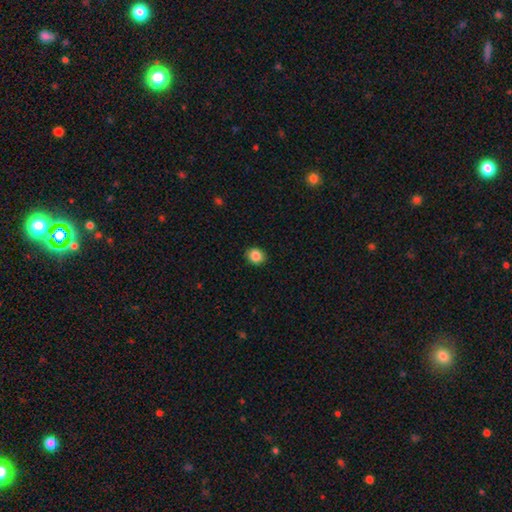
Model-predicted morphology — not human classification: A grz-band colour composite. It shows a smooth galaxy with no disk features (86%) that is round (69%). Merging: none (90%).